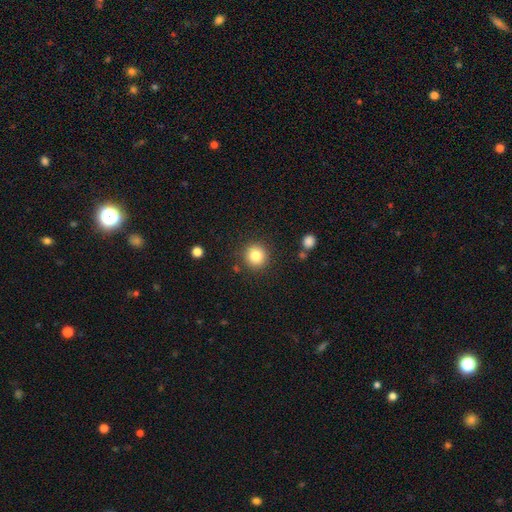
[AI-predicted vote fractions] Smooth or featured? Predicted: smooth (p=0.83). How rounded? Predicted: round (p=0.93). Merging? Predicted: none (p=0.88).